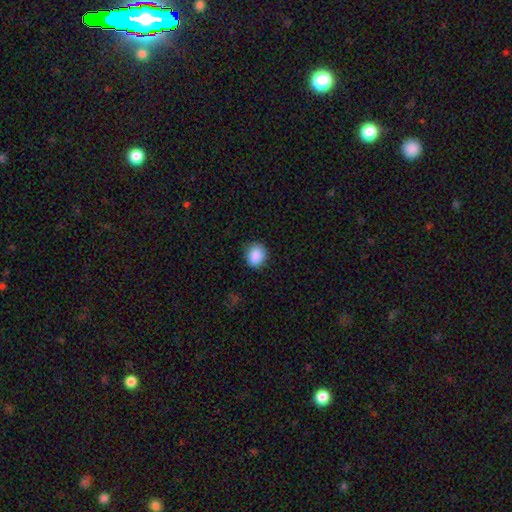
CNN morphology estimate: A smooth galaxy with no disk features (88%) that is round (57%).

Vote fractions:
- Smooth or featured? smooth: 88% / star or artifact: 8% / featured or disk: 4%
- How rounded? round: 57% / in between: 42% / cigar-shaped: 1%
- Merging? none: 80% / minor disturbance: 16% / major disturbance: 3% / merger: 1%